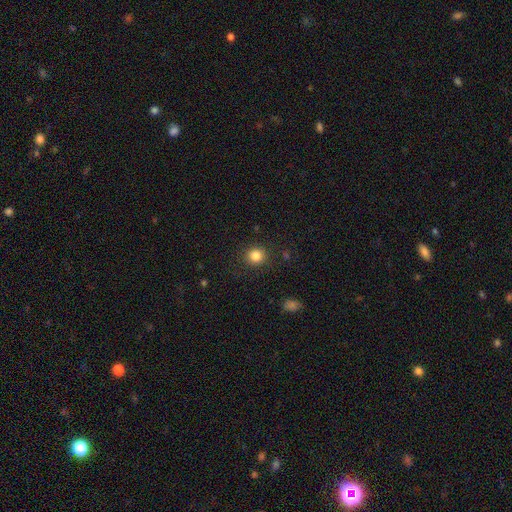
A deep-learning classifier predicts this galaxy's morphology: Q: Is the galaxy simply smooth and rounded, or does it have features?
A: smooth — 84%.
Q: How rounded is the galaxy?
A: round — 90%.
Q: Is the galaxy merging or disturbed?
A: none — 90%.